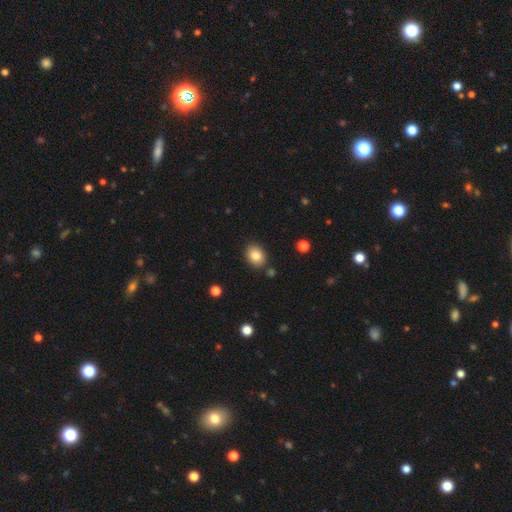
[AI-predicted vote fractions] A smooth galaxy with no disk features (83%) that is in between round and cigar-shaped (51%). Merging: none (84%).